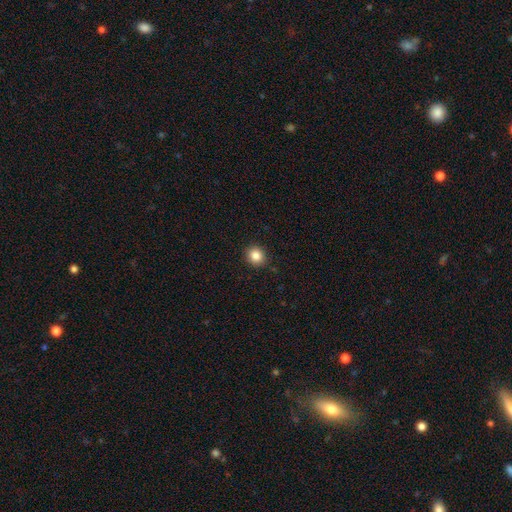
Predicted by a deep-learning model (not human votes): Smooth or featured? smooth (85%)
How rounded? round (85%)
Merging? none (91%)